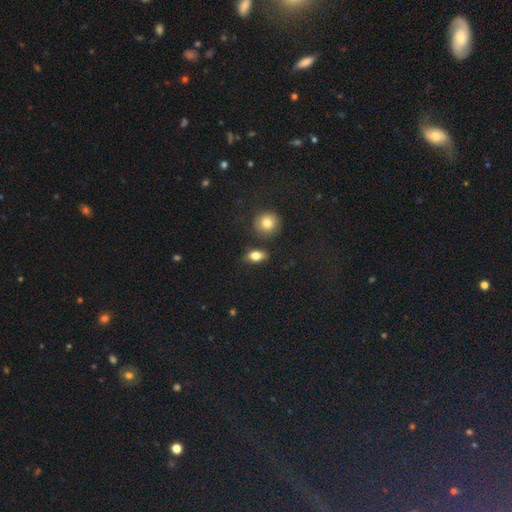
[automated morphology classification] Smooth or featured? smooth (81%)
How rounded? in between (79%)
Merging? none (79%)